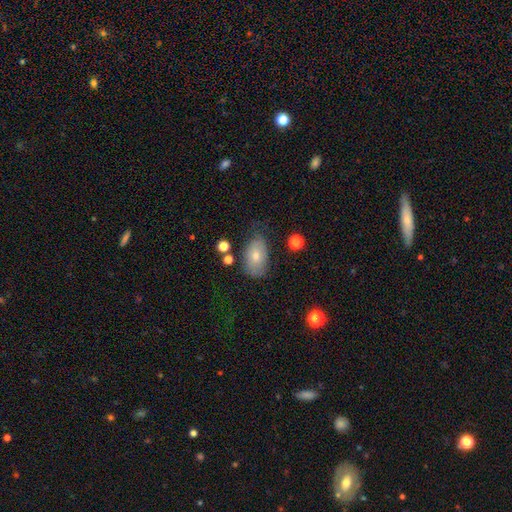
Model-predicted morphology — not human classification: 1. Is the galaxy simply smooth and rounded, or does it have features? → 63% smooth, 27% featured or disk, 10% star or artifact.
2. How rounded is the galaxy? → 89% in between, 9% round, 2% cigar-shaped.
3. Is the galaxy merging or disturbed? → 60% none, 29% minor disturbance, 9% major disturbance, 3% merger.